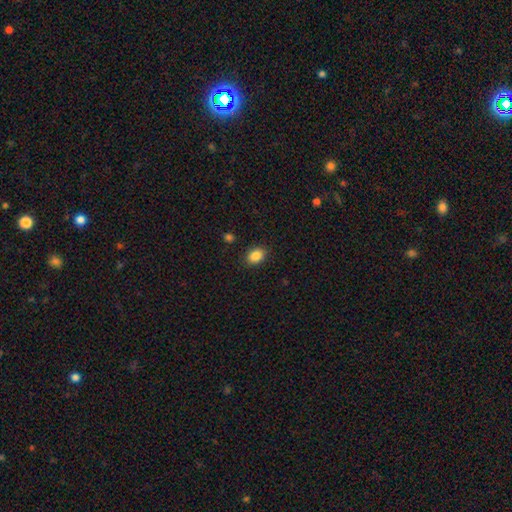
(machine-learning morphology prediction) smooth-or-featured: smooth: 87% | star or artifact: 9% | featured or disk: 4%
  how-rounded: in between: 75% | round: 24% | cigar-shaped: 1%
  merging: none: 88% | minor disturbance: 9% | major disturbance: 2% | merger: 1%